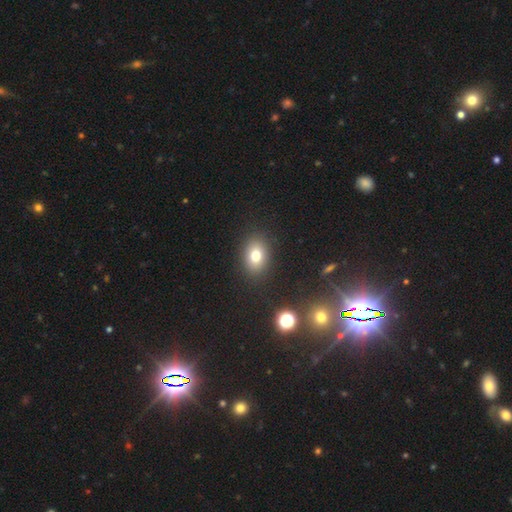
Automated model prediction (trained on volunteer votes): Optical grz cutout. It shows a smooth galaxy with no disk features (75%) that is in between round and cigar-shaped (69%). Merging: none (87%).